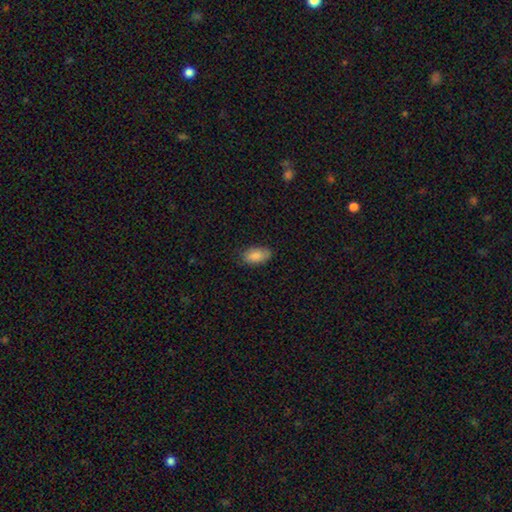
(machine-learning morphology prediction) Q: Smooth or featured?
A: smooth (85%); runner-up: featured or disk (8%)
Q: How rounded?
A: in between (94%); runner-up: round (4%)
Q: Merging?
A: none (81%); runner-up: minor disturbance (16%)